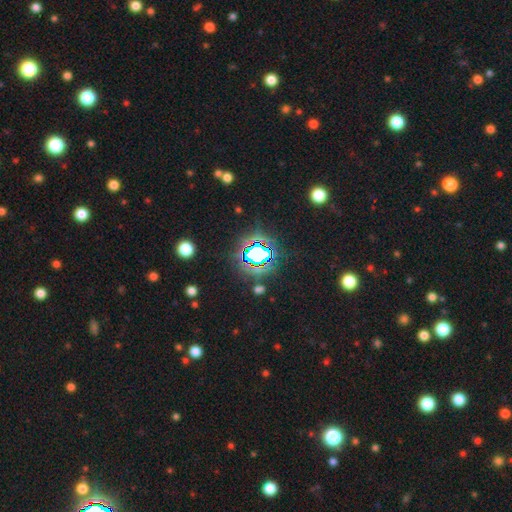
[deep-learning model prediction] The model was most divided on "smooth or featured": star or artifact: 71%, smooth: 19%, featured or disk: 10%.